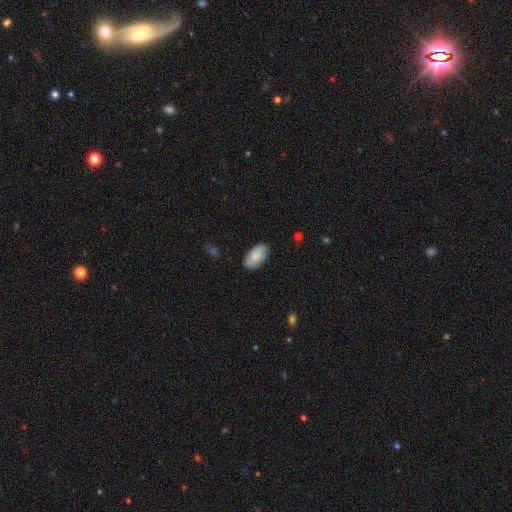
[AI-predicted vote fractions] A smooth galaxy with no disk features (80%) that is in between round and cigar-shaped (94%). Merging: none (77%).